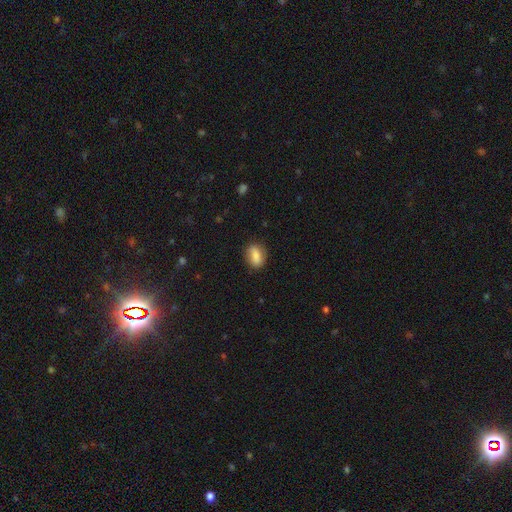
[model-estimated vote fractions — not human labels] This is clearly a smooth galaxy (82%). How rounded: likely in between (77%). Merging: clearly none (81%).